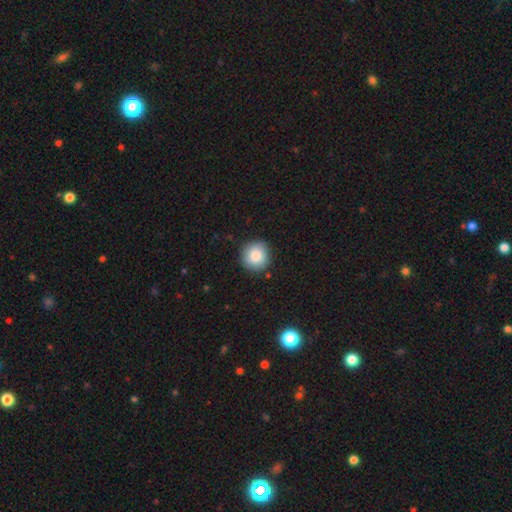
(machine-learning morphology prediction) This is clearly a smooth galaxy (85%). How rounded: clearly round (94%). Merging: clearly none (88%).